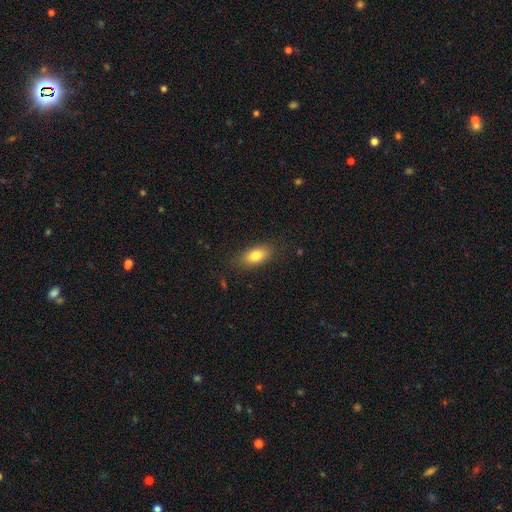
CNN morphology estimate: Smooth or featured: smooth — 80% (featured or disk — 12%)
How rounded: in between — 87% (round — 7%)
Merging: none — 83% (minor disturbance — 13%)